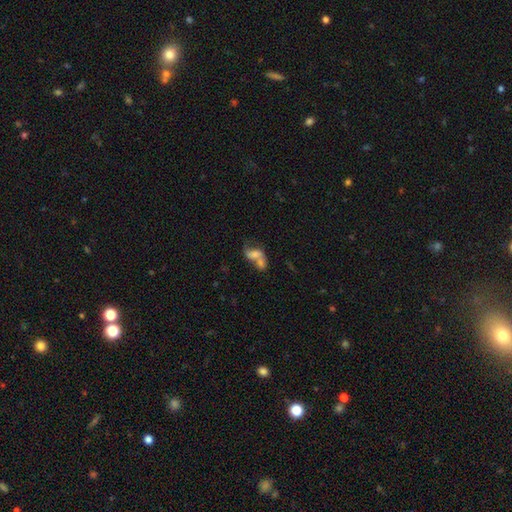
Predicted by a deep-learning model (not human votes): smooth-or-featured: featured or disk: 45% | smooth: 44% | star or artifact: 12%
  merging: merger: 61% | none: 19% | major disturbance: 12% | minor disturbance: 9%